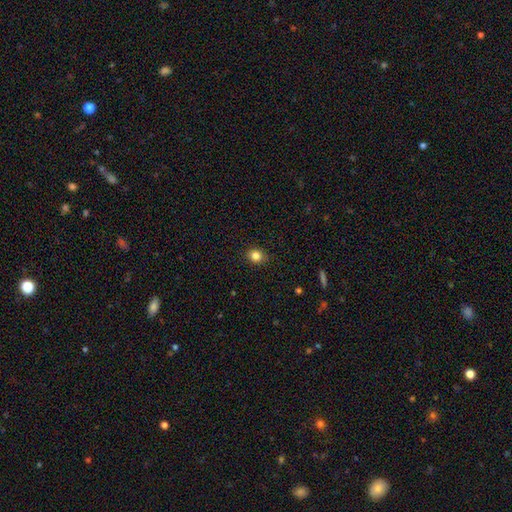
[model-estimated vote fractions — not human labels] Overall: smooth (83%). How rounded: round (71%). Merging: none (88%).